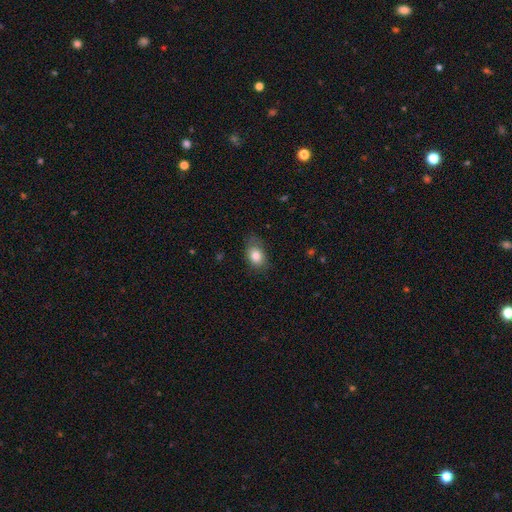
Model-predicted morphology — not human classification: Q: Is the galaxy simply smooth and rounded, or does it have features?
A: smooth — 82%.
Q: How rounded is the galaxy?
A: in between — 79%.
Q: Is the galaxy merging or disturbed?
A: none — 70%.